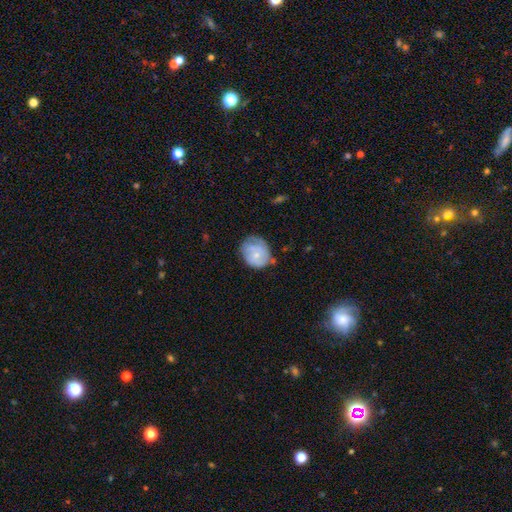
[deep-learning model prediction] smooth 50%, featured or disk 43%, star or artifact 7%. Down the decision tree: how rounded — round (63%); merging — none (47%).